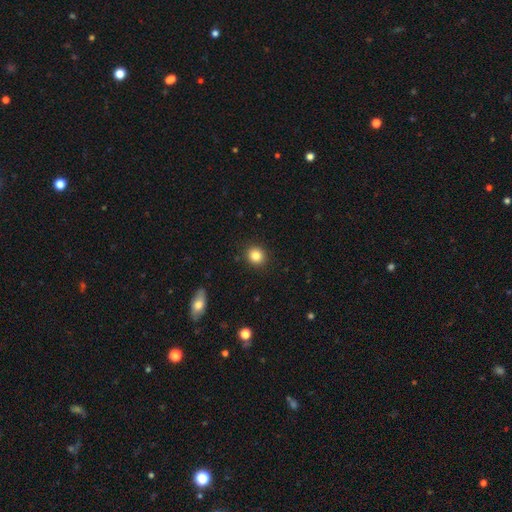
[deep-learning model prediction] This appears to be a smooth galaxy with no disk features (84%) that is round (84%). Merging: none (91%).